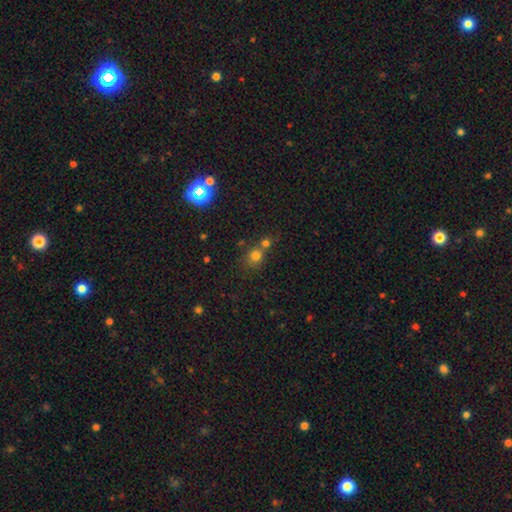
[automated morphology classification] smooth 73%, star or artifact 18%, featured or disk 9%. Down the decision tree: how rounded — round (79%); merging — merger (45%).